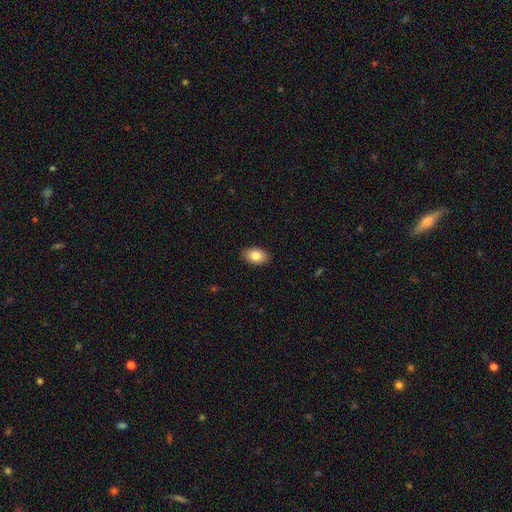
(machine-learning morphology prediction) A smooth galaxy with no disk features (84%) that is in between round and cigar-shaped (87%).

Vote fractions:
- Smooth or featured? smooth: 84% / featured or disk: 8% / star or artifact: 7%
- How rounded? in between: 87% / round: 11% / cigar-shaped: 1%
- Merging? none: 90% / minor disturbance: 8% / major disturbance: 2% / merger: 1%